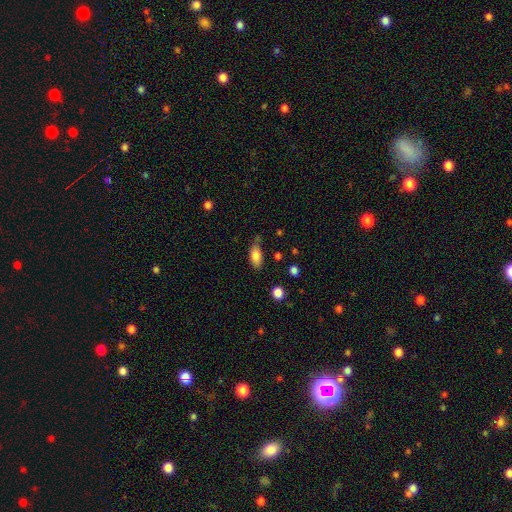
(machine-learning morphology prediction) Smooth or featured?
  - smooth: 83% *
  - featured or disk: 9%
  - star or artifact: 8%
How rounded?
  - in between: 88% *
  - cigar-shaped: 8%
  - round: 4%
Merging?
  - none: 66% *
  - minor disturbance: 24%
  - major disturbance: 5%
  - merger: 5%